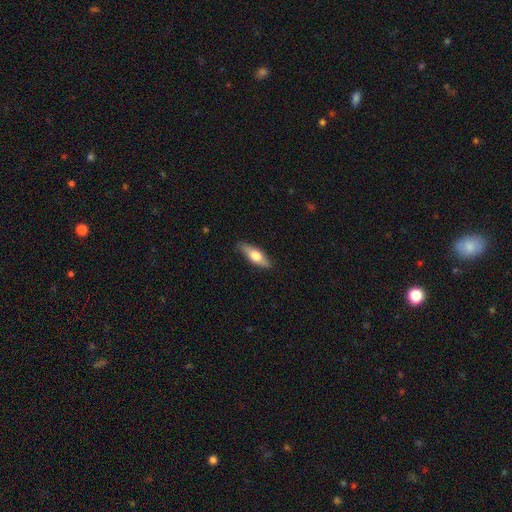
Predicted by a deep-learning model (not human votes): The model was most divided on "how rounded": in between: 59%, cigar-shaped: 39%, round: 3%. More confident: merging — none (85%); smooth or featured — smooth (60%).